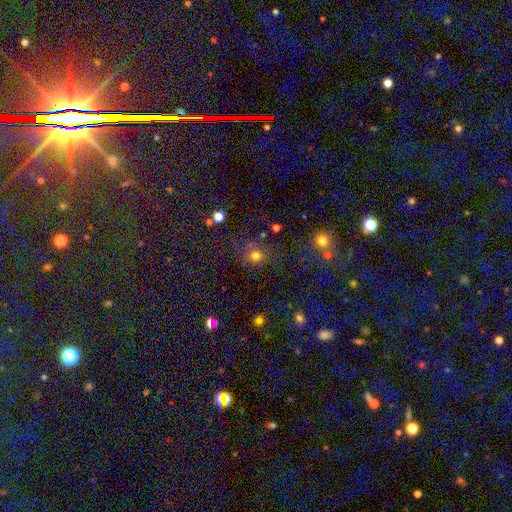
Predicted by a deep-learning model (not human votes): Smooth or featured?
  - smooth: 69% *
  - star or artifact: 21%
  - featured or disk: 10%
How rounded?
  - round: 86% *
  - in between: 13%
  - cigar-shaped: 1%
Merging?
  - none: 69% *
  - minor disturbance: 14%
  - major disturbance: 9%
  - merger: 8%